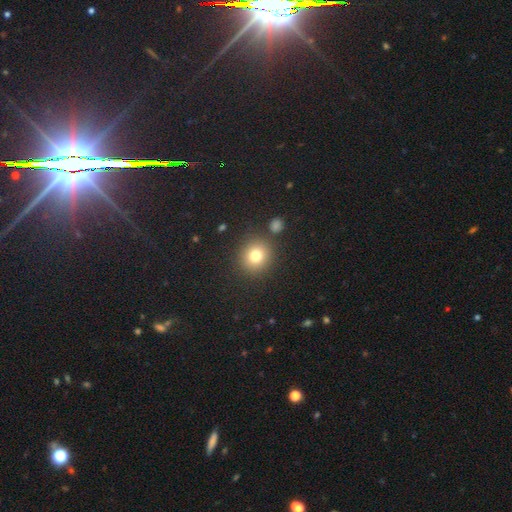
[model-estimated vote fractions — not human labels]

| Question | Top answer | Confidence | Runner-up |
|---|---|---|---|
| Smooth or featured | smooth | 78% | star or artifact (13%) |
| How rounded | round | 87% | in between (12%) |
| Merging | none | 86% | minor disturbance (7%) |